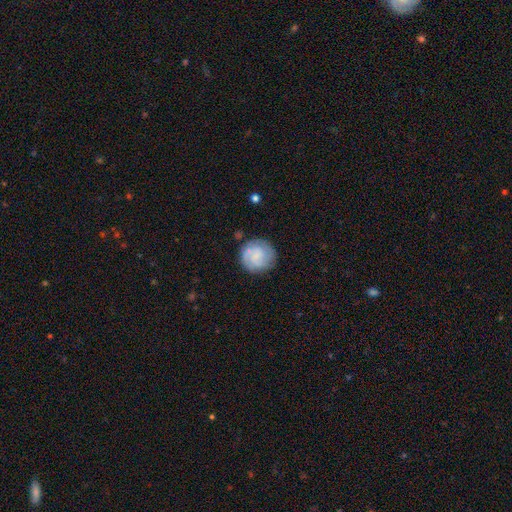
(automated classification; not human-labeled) Smooth or featured? smooth (56%)
How rounded? round (92%)
Merging? none (77%)